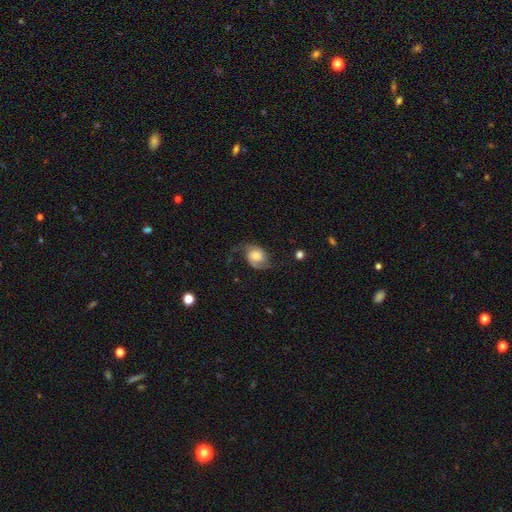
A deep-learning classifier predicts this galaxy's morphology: smooth-or-featured: featured or disk: 70% | smooth: 23% | star or artifact: 8%
  disk-edge-on: no: 97% | yes: 3%
    bar: no: 70% | weak: 25% | strong: 5%
    has-spiral-arms: yes: 94% | no: 6%
      spiral-winding: medium: 40% | loose: 36% | tight: 24%
      spiral-arm-count: 2: 76% | 1: 15% | can't tell: 5% | 3: 1% | 4: 1% | more than 4: 1%
    bulge-size: moderate: 51% | small: 25% | large: 16% | none: 5% | dominant: 3%
  merging: none: 55% | minor disturbance: 24% | major disturbance: 19% | merger: 2%